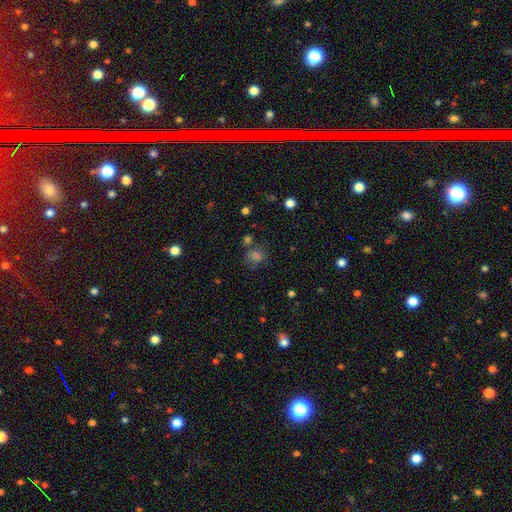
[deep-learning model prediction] This is likely a smooth galaxy (61%). How rounded: likely round (70%). Merging: likely none (65%).